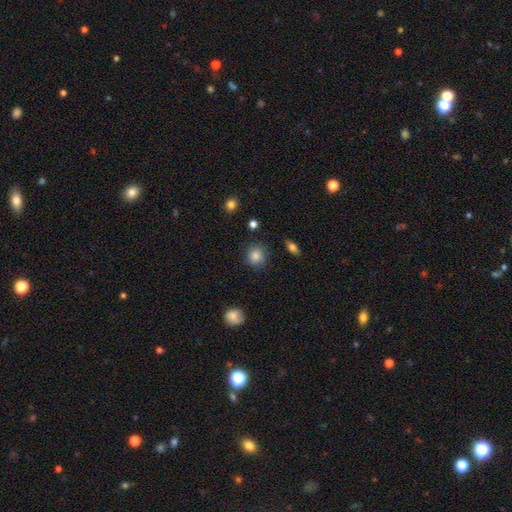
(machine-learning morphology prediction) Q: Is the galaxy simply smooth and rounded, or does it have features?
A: smooth — 83%.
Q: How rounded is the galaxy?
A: round — 86%.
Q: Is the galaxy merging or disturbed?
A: none — 81%.